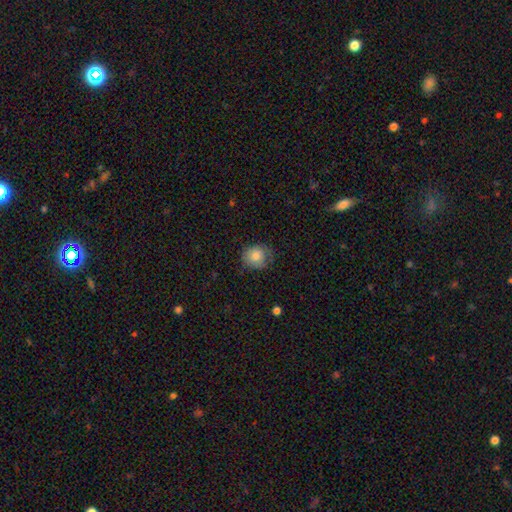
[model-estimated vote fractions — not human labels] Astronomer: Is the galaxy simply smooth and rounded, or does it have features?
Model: smooth — 81%.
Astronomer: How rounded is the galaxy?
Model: round — 75%.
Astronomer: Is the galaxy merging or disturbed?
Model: none — 67%.